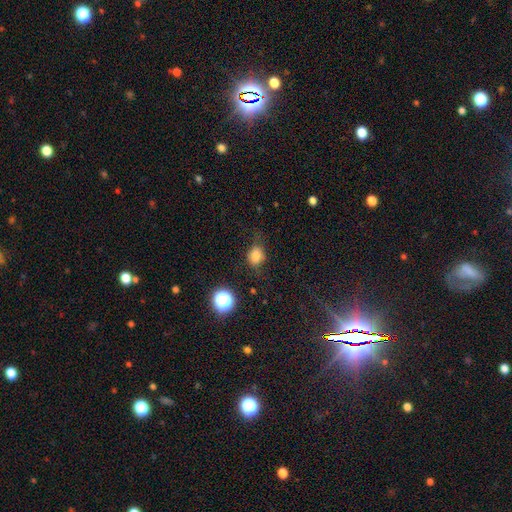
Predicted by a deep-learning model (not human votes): Smooth or featured: smooth — 79% (star or artifact — 14%)
How rounded: round — 57% (in between — 42%)
Merging: none — 65% (minor disturbance — 24%)